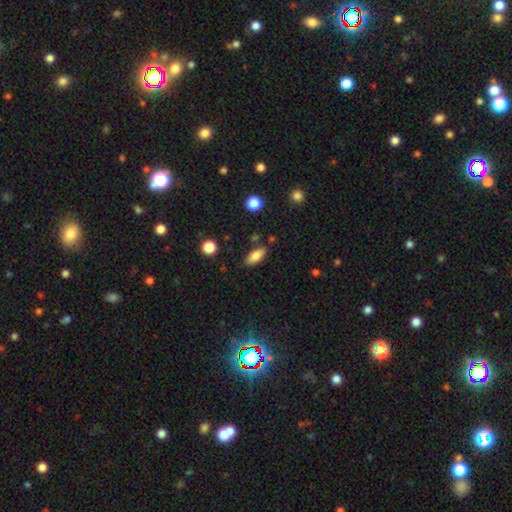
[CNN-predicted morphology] Smooth or featured? Predicted: smooth (p=0.83). How rounded? Predicted: in between (p=0.83). Merging? Predicted: none (p=0.81).